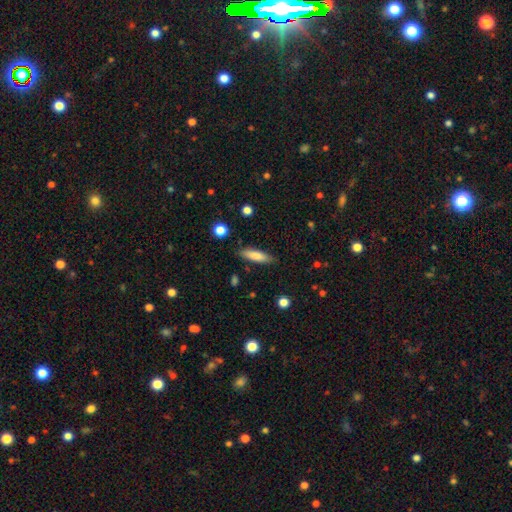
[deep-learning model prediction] Overall: smooth (80%). How rounded: cigar-shaped (67%; in between 32%). Merging: none (86%).